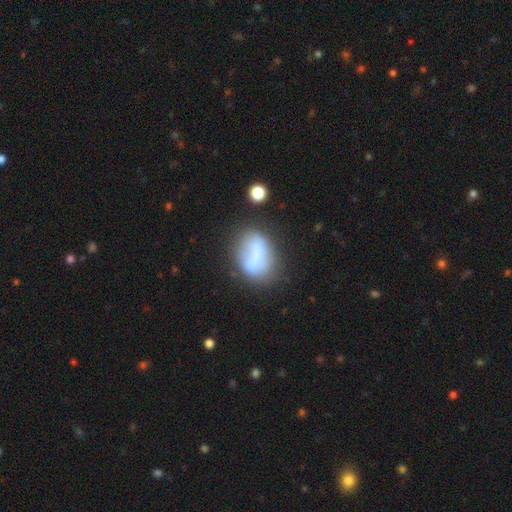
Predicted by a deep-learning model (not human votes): smooth-or-featured: smooth: 59% | featured or disk: 31% | star or artifact: 10%
  how-rounded: in between: 72% | round: 25% | cigar-shaped: 3%
  merging: none: 49% | minor disturbance: 25% | major disturbance: 15% | merger: 10%